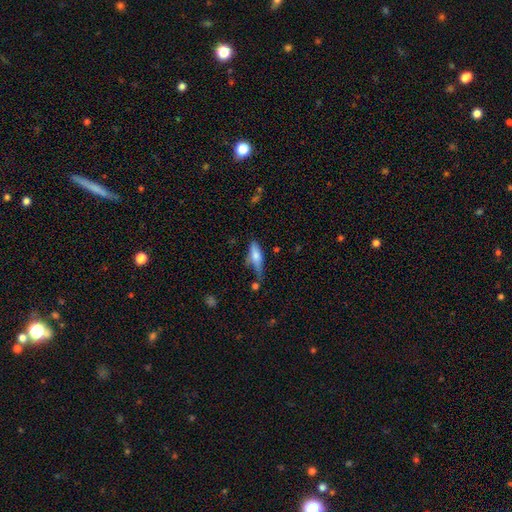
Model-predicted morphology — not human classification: The model was most divided on "how rounded": in between: 50%, cigar-shaped: 48%, round: 2%. Remaining: smooth or featured — smooth (65%); merging — none (48%).